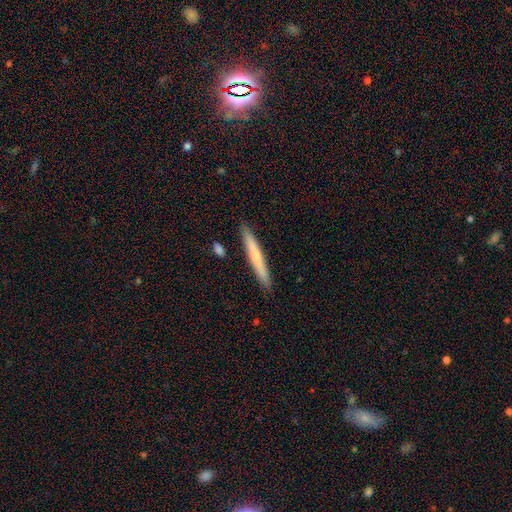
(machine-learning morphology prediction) A smooth galaxy with no disk features (65%) that is cigar-shaped (96%).

Vote fractions:
- Smooth or featured? smooth: 65% / featured or disk: 30% / star or artifact: 6%
- How rounded? cigar-shaped: 96% / in between: 3% / round: 1%
- Merging? none: 90% / minor disturbance: 7% / merger: 2% / major disturbance: 1%